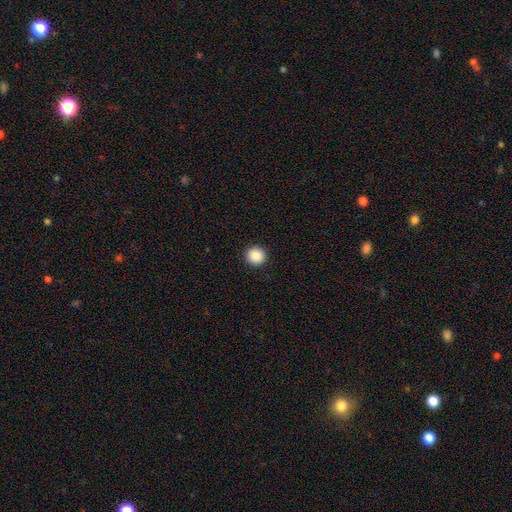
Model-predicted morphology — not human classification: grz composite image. It shows a smooth galaxy with no disk features (89%) that is round (95%). Merging: none (93%).